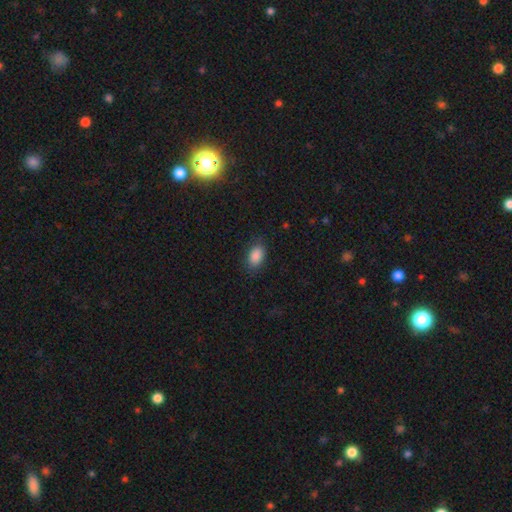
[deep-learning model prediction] Smooth or featured?
  - smooth: 88% *
  - star or artifact: 8%
  - featured or disk: 4%
How rounded?
  - in between: 89% *
  - round: 10%
  - cigar-shaped: 2%
Merging?
  - none: 83% *
  - minor disturbance: 12%
  - major disturbance: 4%
  - merger: 1%